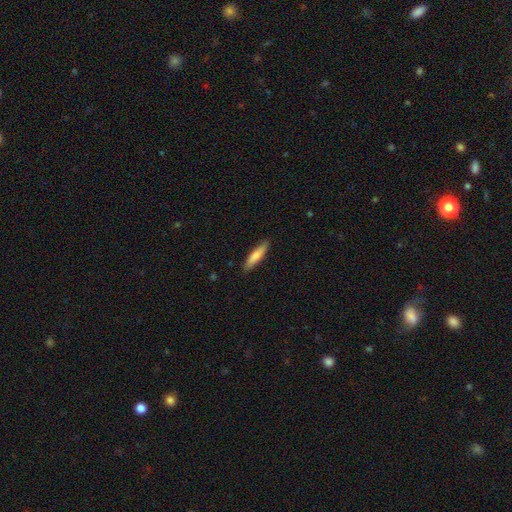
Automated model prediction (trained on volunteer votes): smooth 75%, featured or disk 20%, star or artifact 5%. Down the decision tree: how rounded — cigar-shaped (83%); merging — none (87%).